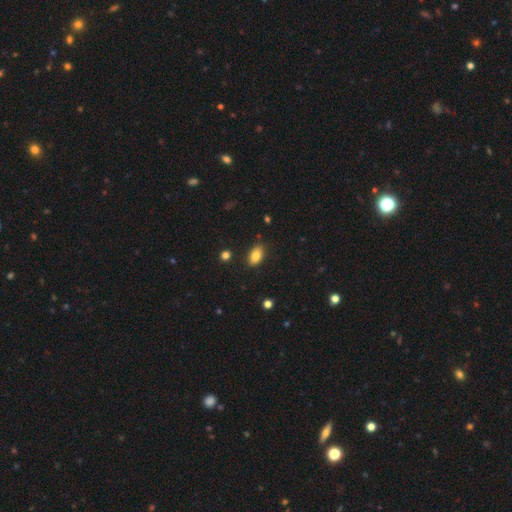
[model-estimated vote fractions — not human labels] This appears to be a smooth galaxy with no disk features (84%) that is in between round and cigar-shaped (91%). Merging: none (86%).